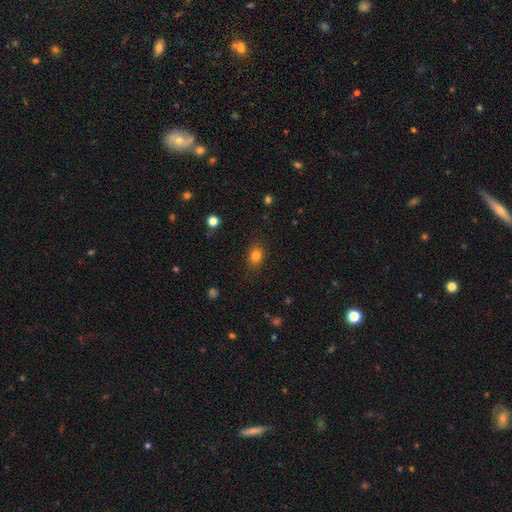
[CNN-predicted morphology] smooth 82%, star or artifact 11%, featured or disk 7%. Down the decision tree: how rounded — in between (65%); merging — none (83%).